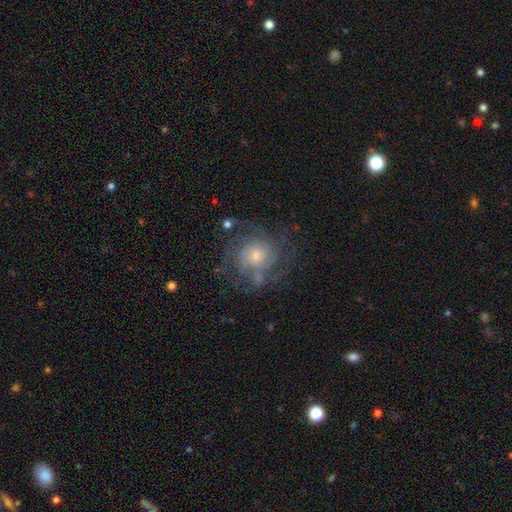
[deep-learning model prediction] This appears to be a featured or disk galaxy (73%) with no bar (79%), tight (57%) spiral arms (86%) and a small central bulge (53%). Merging: none (69%).